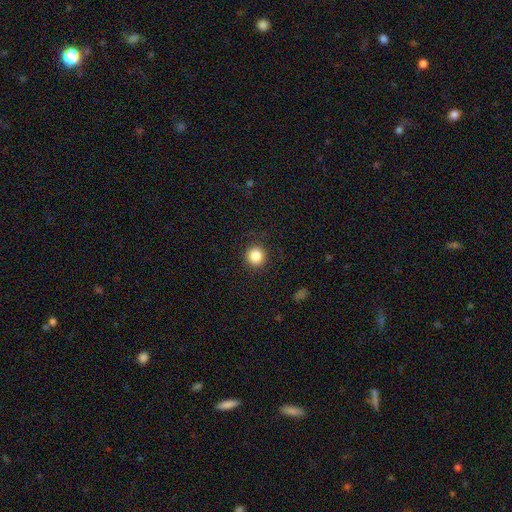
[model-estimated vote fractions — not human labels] This is clearly a smooth galaxy (86%). How rounded: clearly round (95%). Merging: clearly none (91%).